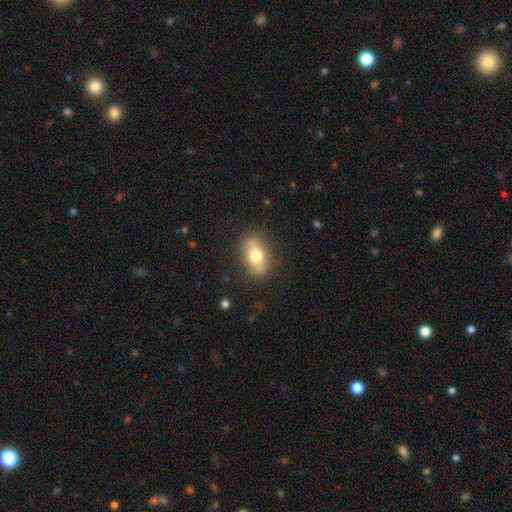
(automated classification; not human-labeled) Smooth or featured: smooth — 67% (featured or disk — 25%)
How rounded: in between — 82% (round — 12%)
Merging: none — 83% (minor disturbance — 12%)